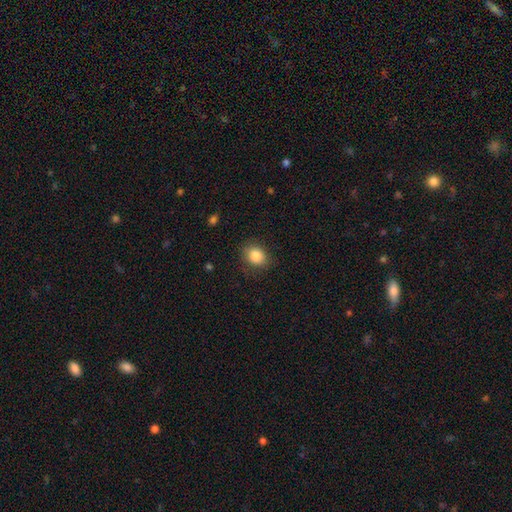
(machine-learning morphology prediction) A smooth galaxy with no disk features (85%) that is round (55%).

Vote fractions:
- Smooth or featured? smooth: 85% / star or artifact: 9% / featured or disk: 6%
- How rounded? round: 55% / in between: 44% / cigar-shaped: 1%
- Merging? none: 83% / minor disturbance: 12% / major disturbance: 3% / merger: 1%